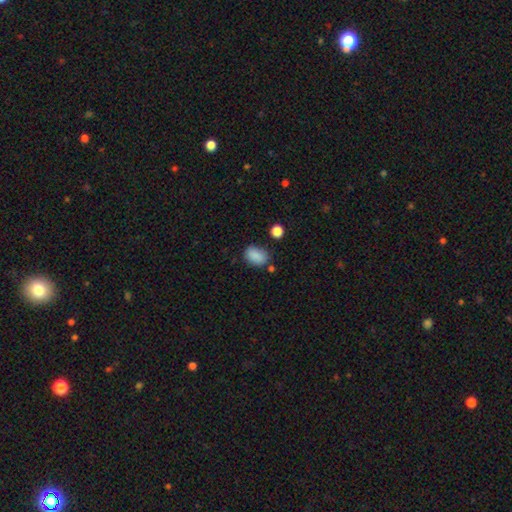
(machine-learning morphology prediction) This is clearly a smooth galaxy (86%). How rounded: likely in between (78%). Merging: likely none (70%).